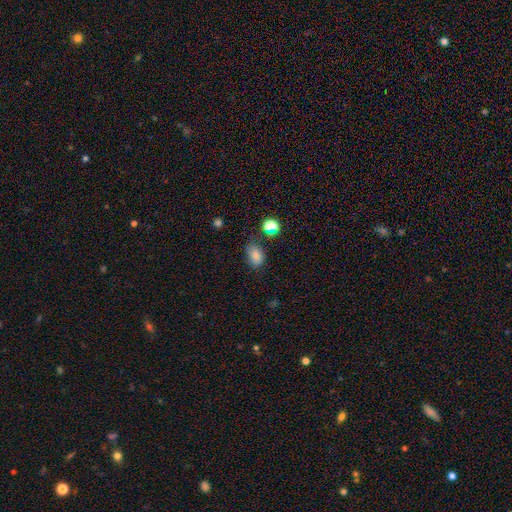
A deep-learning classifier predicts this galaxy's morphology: This is clearly a smooth galaxy (80%). How rounded: likely in between (80%). Merging: likely none (68%).